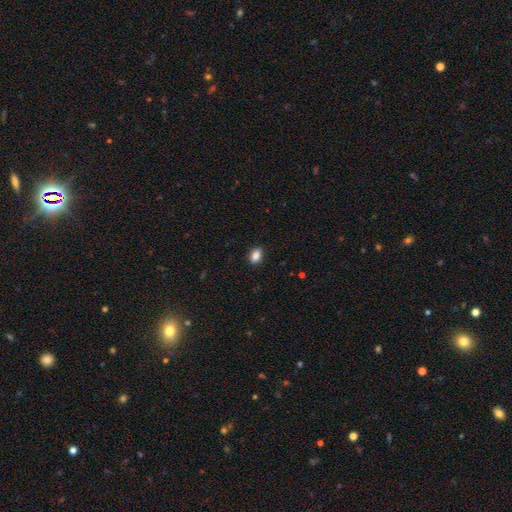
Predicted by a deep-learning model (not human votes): smooth_or_featured: smooth (p=0.88) [alt: star or artifact p=0.09]
how_rounded: in between (p=0.82) [alt: round p=0.16]
merging: none (p=0.89) [alt: minor disturbance p=0.08]